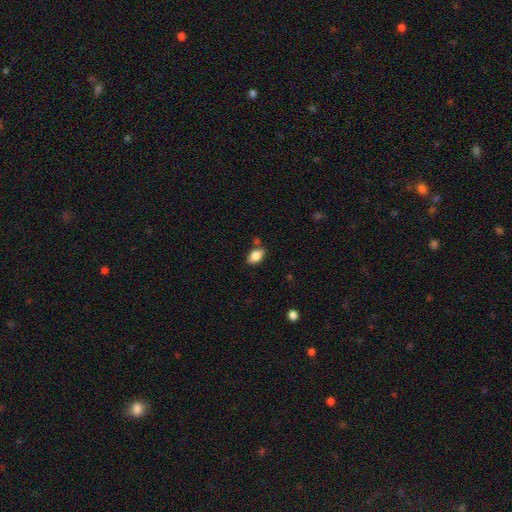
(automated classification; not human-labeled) Smooth or featured?
  - smooth: 84% *
  - star or artifact: 8%
  - featured or disk: 8%
How rounded?
  - in between: 90% *
  - round: 8%
  - cigar-shaped: 2%
Merging?
  - none: 75% *
  - minor disturbance: 15%
  - merger: 7%
  - major disturbance: 3%